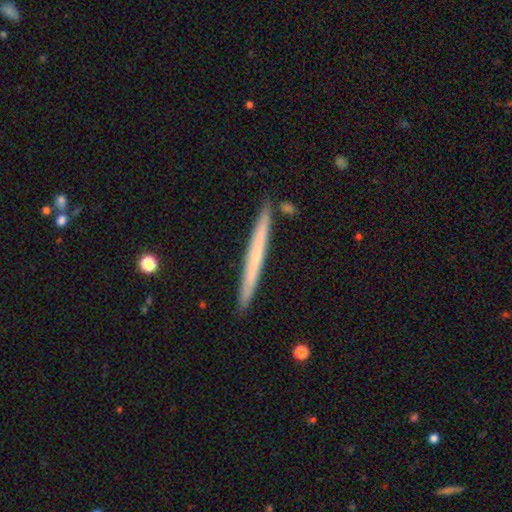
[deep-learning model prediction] Q: Smooth or featured?
A: smooth (50%); runner-up: featured or disk (44%)
Q: How rounded?
A: cigar-shaped (97%); runner-up: in between (1%)
Q: Merging?
A: none (90%); runner-up: minor disturbance (7%)